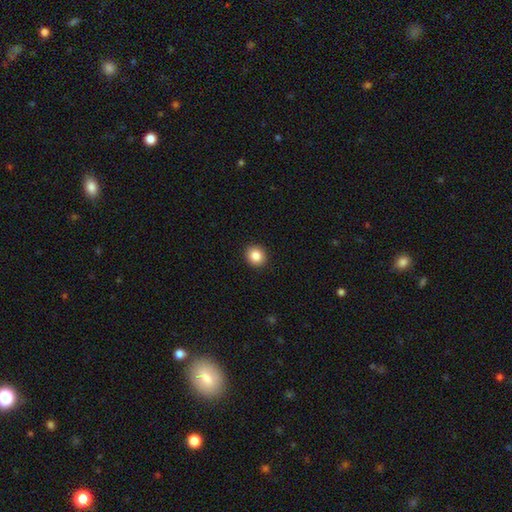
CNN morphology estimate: This is clearly a smooth galaxy (87%). How rounded: clearly round (83%). Merging: clearly none (92%).